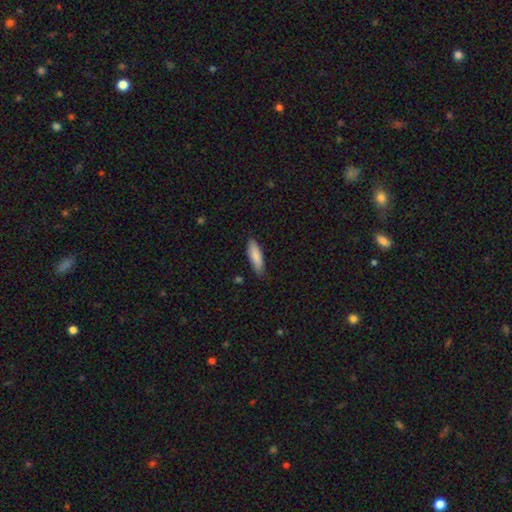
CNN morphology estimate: A smooth galaxy with no disk features (86%) that is cigar-shaped (56%). Merging: none (84%).